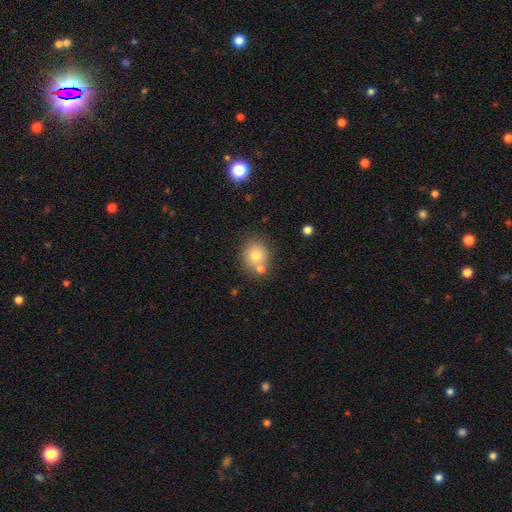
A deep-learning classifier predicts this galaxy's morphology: Q: Smooth or featured?
A: smooth (75%); runner-up: featured or disk (14%)
Q: How rounded?
A: round (80%); runner-up: in between (19%)
Q: Merging?
A: none (61%); runner-up: merger (24%)